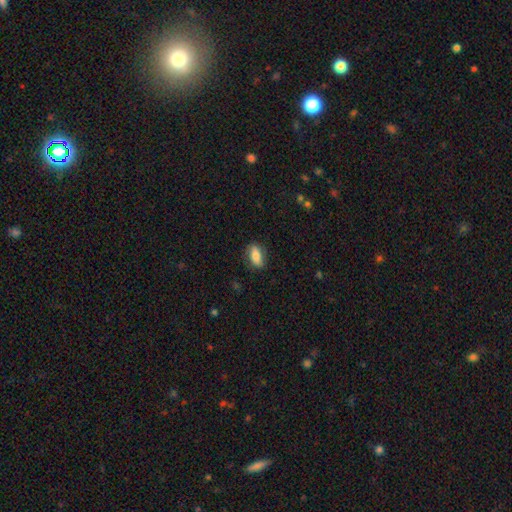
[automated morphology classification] A smooth galaxy with no disk features (78%) that is in between round and cigar-shaped (84%).

Vote fractions:
- Smooth or featured? smooth: 78% / featured or disk: 15% / star or artifact: 7%
- How rounded? in between: 84% / cigar-shaped: 11% / round: 5%
- Merging? none: 82% / minor disturbance: 14% / major disturbance: 3% / merger: 1%